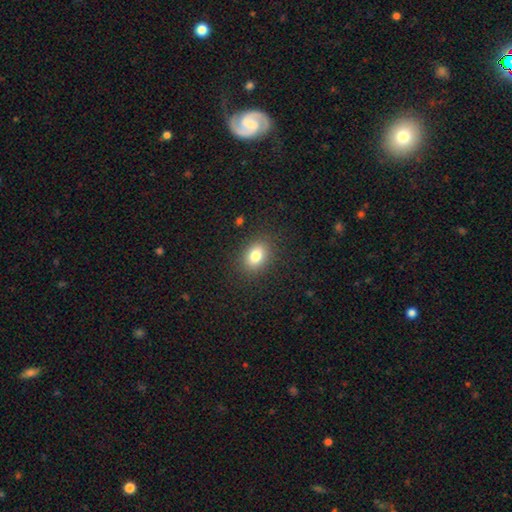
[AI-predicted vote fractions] Smooth or featured? smooth (81%)
How rounded? in between (68%)
Merging? none (87%)